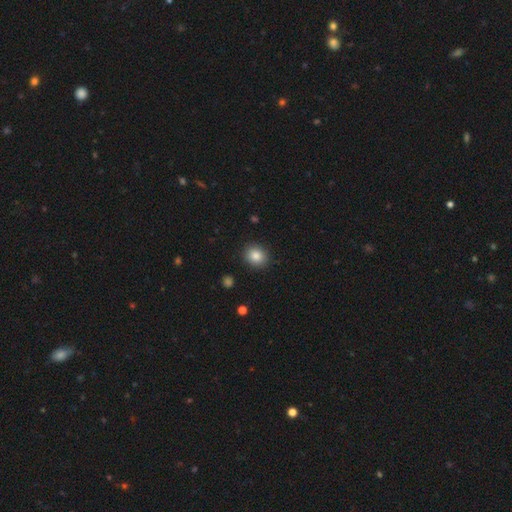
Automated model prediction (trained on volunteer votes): A smooth galaxy with no disk features (85%) that is round (75%).

Vote fractions:
- Smooth or featured? smooth: 85% / star or artifact: 10% / featured or disk: 6%
- How rounded? round: 75% / in between: 24% / cigar-shaped: 1%
- Merging? none: 90% / minor disturbance: 7% / major disturbance: 2% / merger: 1%